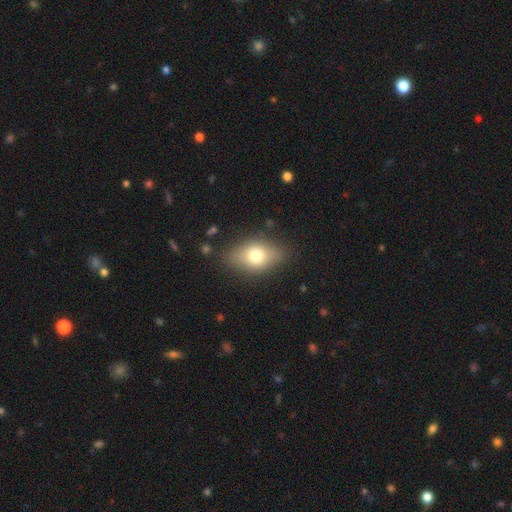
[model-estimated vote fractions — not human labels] This appears to be a smooth galaxy with no disk features (74%) that is in between round and cigar-shaped (80%). Merging: none (78%).